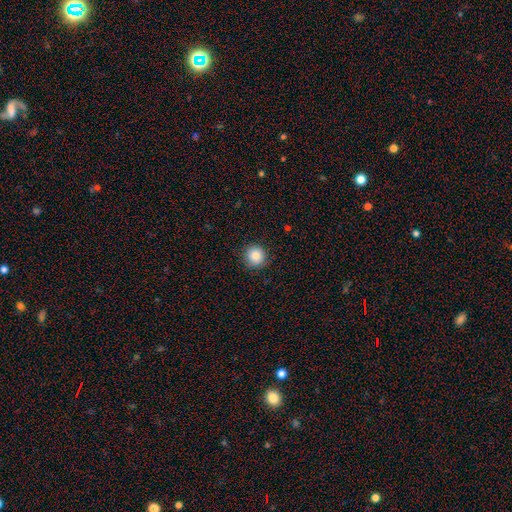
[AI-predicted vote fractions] smooth 84%, star or artifact 10%, featured or disk 6%. Down the decision tree: how rounded — round (92%); merging — none (89%).